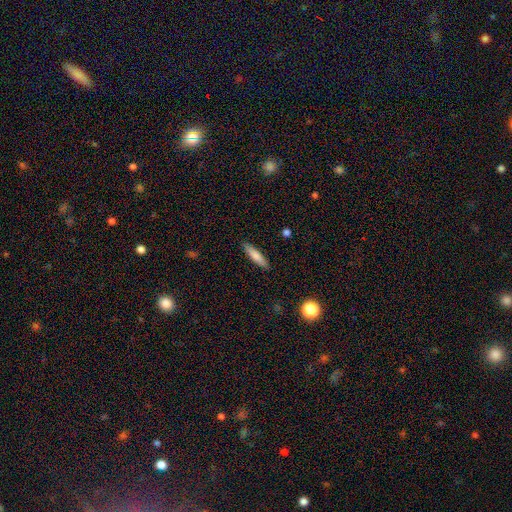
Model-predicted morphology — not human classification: smooth-or-featured: smooth: 77% | featured or disk: 16% | star or artifact: 6%
  how-rounded: cigar-shaped: 80% | in between: 19% | round: 2%
  merging: none: 89% | minor disturbance: 8% | major disturbance: 2% | merger: 1%